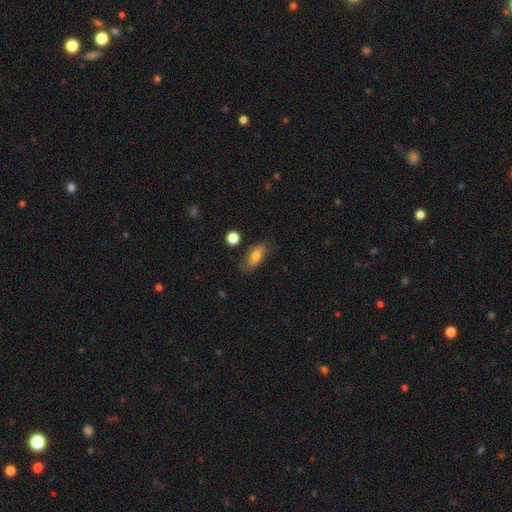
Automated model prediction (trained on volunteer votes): This appears to be a smooth galaxy with no disk features (77%) that is in between round and cigar-shaped (81%). Merging: none (73%).